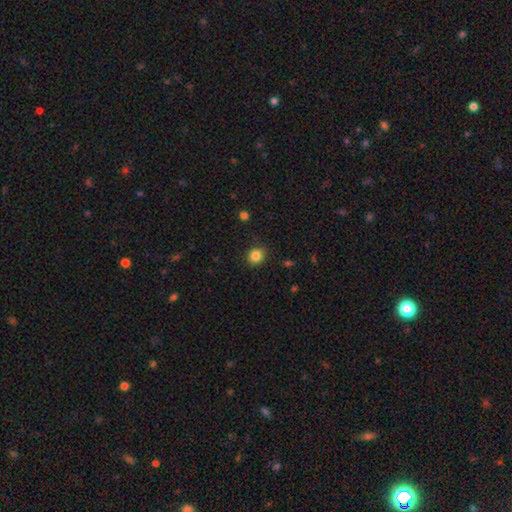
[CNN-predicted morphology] This is clearly a smooth galaxy (85%). How rounded: likely round (77%). Merging: clearly none (87%).